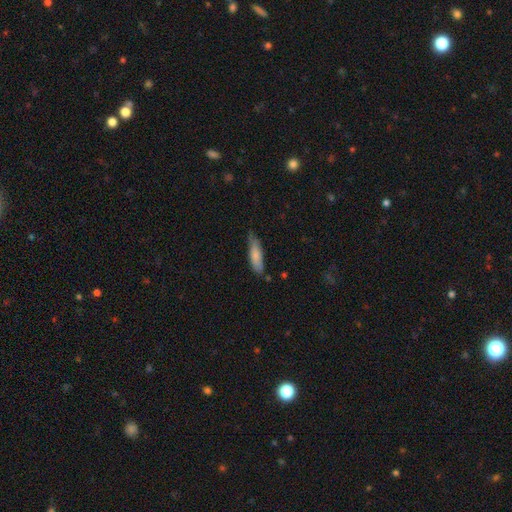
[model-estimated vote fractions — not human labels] smooth-or-featured: smooth: 79% | featured or disk: 15% | star or artifact: 6%
  how-rounded: cigar-shaped: 61% | in between: 37% | round: 2%
  merging: none: 63% | minor disturbance: 30% | major disturbance: 5% | merger: 2%